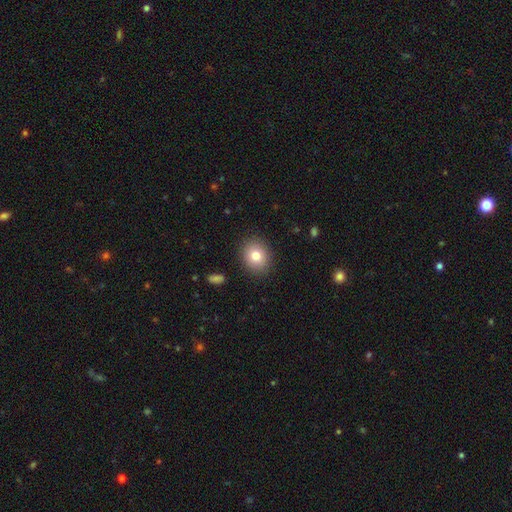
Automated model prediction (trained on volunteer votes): smooth-or-featured: smooth: 79% | featured or disk: 11% | star or artifact: 10%
  how-rounded: round: 67% | in between: 32% | cigar-shaped: 1%
  merging: none: 89% | minor disturbance: 7% | major disturbance: 2% | merger: 1%